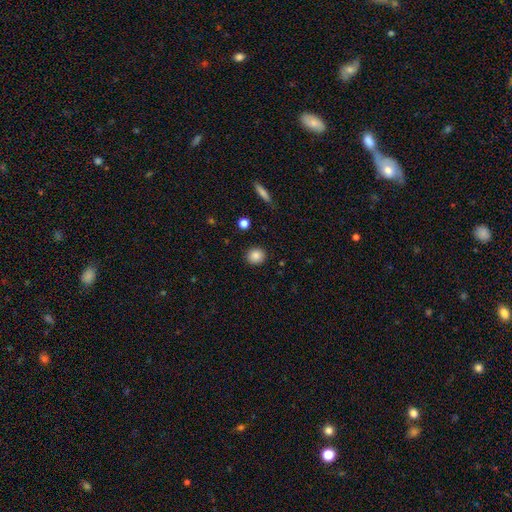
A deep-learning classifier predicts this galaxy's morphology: This appears to be a smooth galaxy with no disk features (87%) that is round (86%). Merging: none (91%).